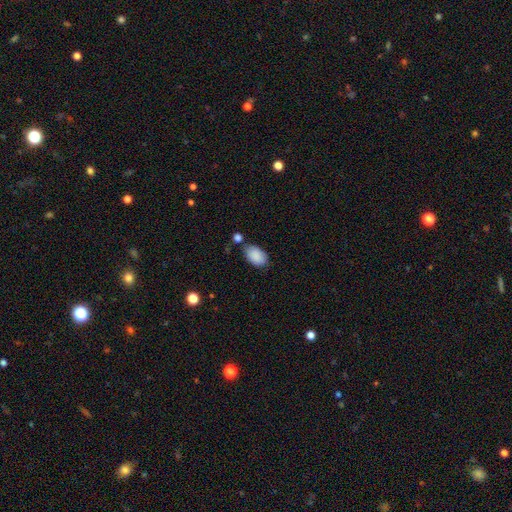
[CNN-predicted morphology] Smooth or featured: smooth — 89% (star or artifact — 7%)
How rounded: in between — 92% (round — 7%)
Merging: none — 70% (minor disturbance — 16%)